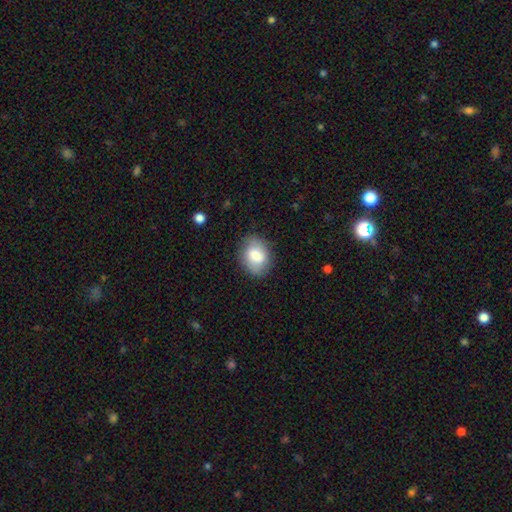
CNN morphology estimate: smooth_or_featured: smooth (p=0.79) [alt: featured or disk p=0.14]
how_rounded: in between (p=0.71) [alt: round p=0.28]
merging: none (p=0.80) [alt: minor disturbance p=0.15]